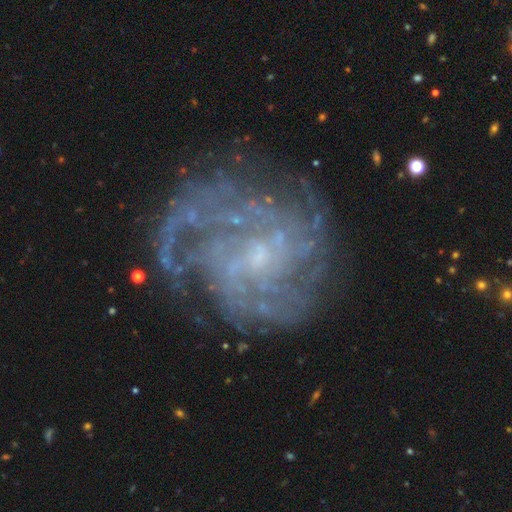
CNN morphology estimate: Q: Smooth or featured?
A: featured or disk (84%); runner-up: star or artifact (9%)
Q: Edge-on disk?
A: no (98%); runner-up: yes (2%)
Q: Bar?
A: no (57%); runner-up: weak (36%)
Q: Spiral arms?
A: yes (91%); runner-up: no (9%)
Q: Spiral winding?
A: tight (49%); runner-up: medium (36%)
Q: Spiral arm count?
A: can't tell (39%); runner-up: 3 (15%)
Q: Bulge size?
A: small (65%); runner-up: moderate (17%)
Q: Merging?
A: none (65%); runner-up: minor disturbance (17%)